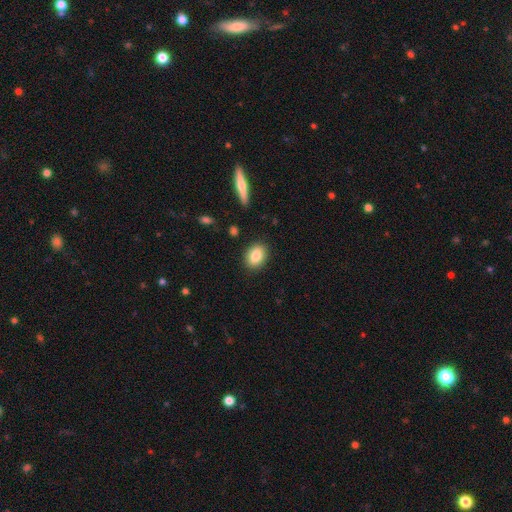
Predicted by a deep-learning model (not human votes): Q: Smooth or featured?
A: smooth (84%); runner-up: featured or disk (8%)
Q: How rounded?
A: in between (74%); runner-up: round (24%)
Q: Merging?
A: none (88%); runner-up: minor disturbance (8%)